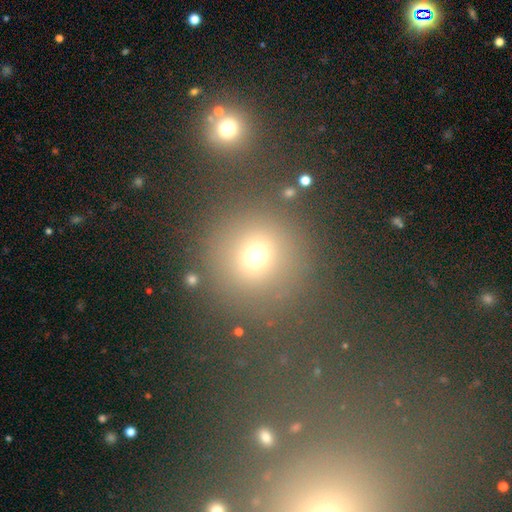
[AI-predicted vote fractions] Q: Smooth or featured?
A: smooth (63%); runner-up: star or artifact (28%)
Q: How rounded?
A: round (91%); runner-up: in between (8%)
Q: Merging?
A: none (79%); runner-up: minor disturbance (8%)